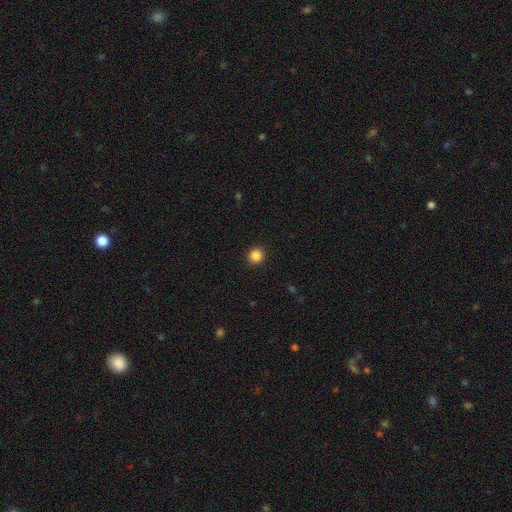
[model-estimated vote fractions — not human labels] Q: Smooth or featured?
A: smooth (86%); runner-up: star or artifact (11%)
Q: How rounded?
A: round (95%); runner-up: in between (4%)
Q: Merging?
A: none (93%); runner-up: minor disturbance (4%)